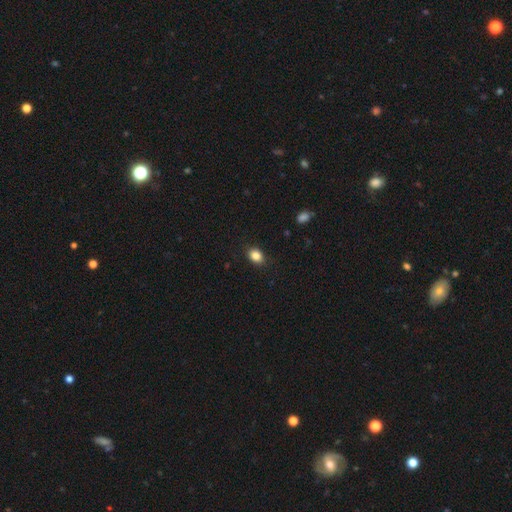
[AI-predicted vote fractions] This is clearly a smooth galaxy (85%). How rounded: likely in between (64%). Merging: clearly none (86%).